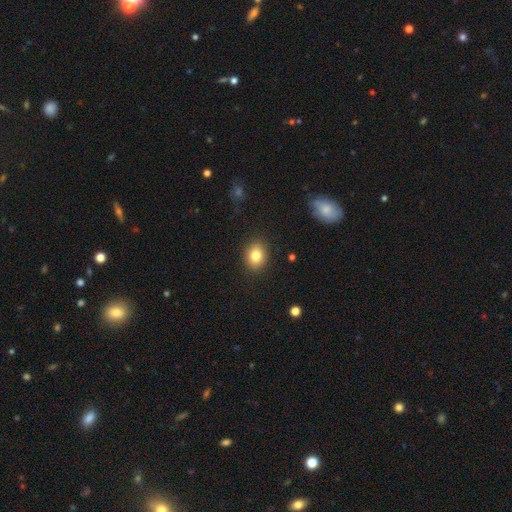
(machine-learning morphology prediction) This appears to be a smooth galaxy with no disk features (81%) that is round (51%). Merging: none (88%).